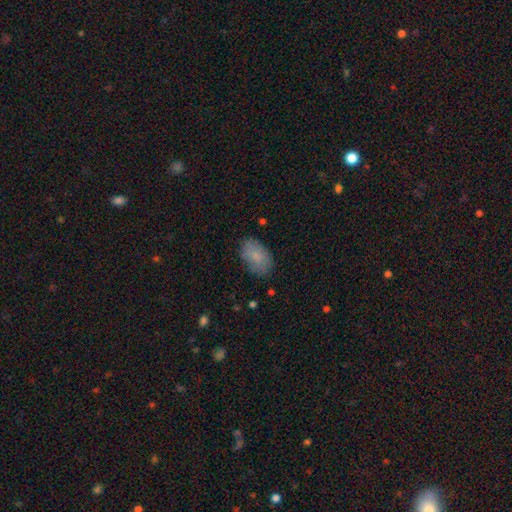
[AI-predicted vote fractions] Smooth or featured?
  - smooth: 82% *
  - featured or disk: 11%
  - star or artifact: 7%
How rounded?
  - in between: 91% *
  - round: 7%
  - cigar-shaped: 2%
Merging?
  - none: 78% *
  - minor disturbance: 17%
  - major disturbance: 4%
  - merger: 1%